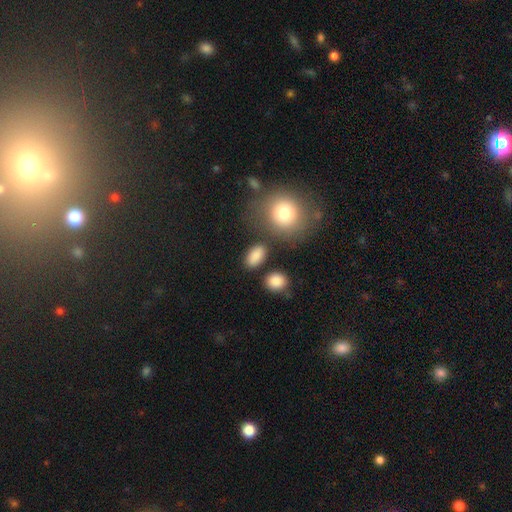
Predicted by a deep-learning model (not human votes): A smooth galaxy with no disk features (86%) that is in between round and cigar-shaped (84%).

Vote fractions:
- Smooth or featured? smooth: 86% / star or artifact: 8% / featured or disk: 5%
- How rounded? in between: 84% / round: 13% / cigar-shaped: 3%
- Merging? none: 80% / minor disturbance: 11% / merger: 5% / major disturbance: 4%